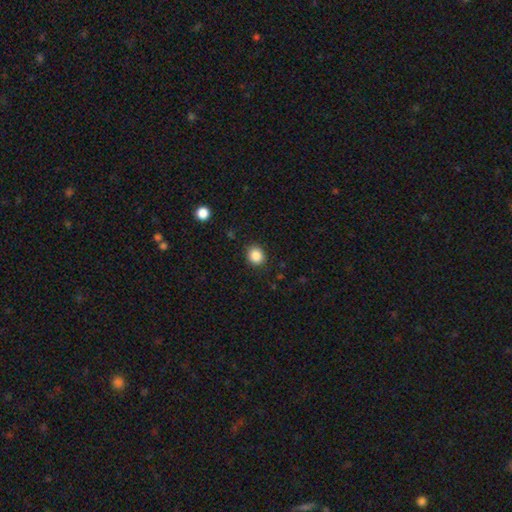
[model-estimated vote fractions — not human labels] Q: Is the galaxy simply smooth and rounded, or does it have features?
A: smooth — 87%.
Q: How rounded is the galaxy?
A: round — 73%.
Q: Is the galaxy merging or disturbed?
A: none — 88%.